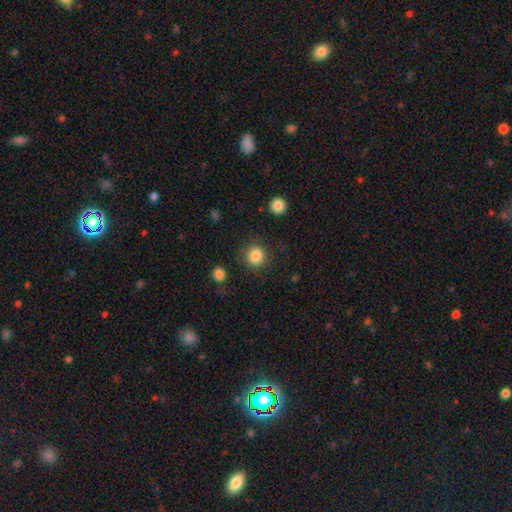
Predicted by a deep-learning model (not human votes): This appears to be a smooth galaxy with no disk features (86%) that is round (90%). Merging: none (85%).